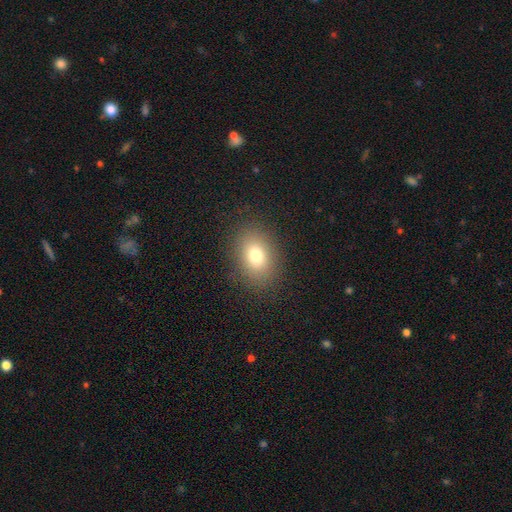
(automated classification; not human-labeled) smooth 78%, star or artifact 12%, featured or disk 10%. Down the decision tree: how rounded — in between (72%); merging — none (87%).